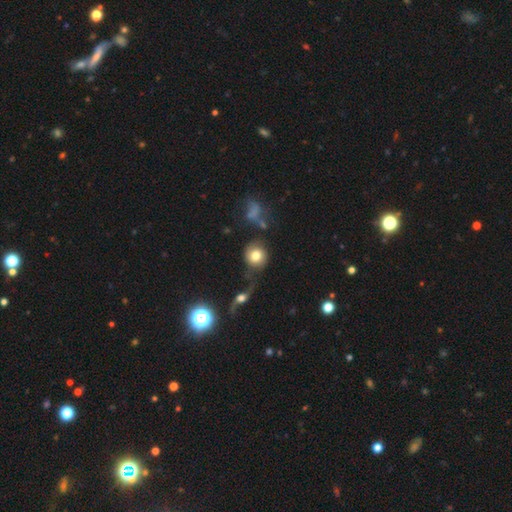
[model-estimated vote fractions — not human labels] Morphology: type=smooth (72%); roundness=round (84%); merging=none (57%).